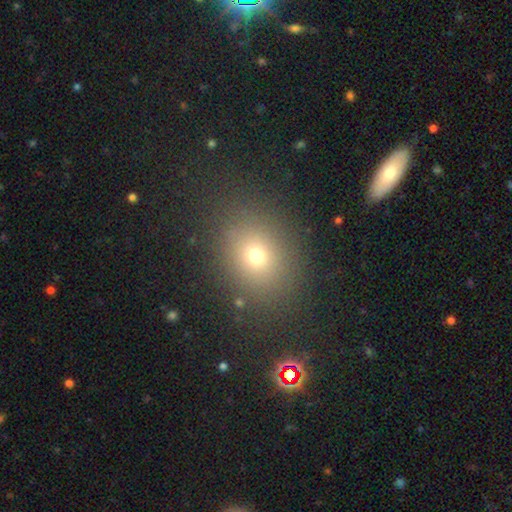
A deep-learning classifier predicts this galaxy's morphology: The model was most divided on "how rounded": round: 57%, in between: 42%, cigar-shaped: 1%. More confident: merging — none (83%); smooth or featured — smooth (69%).